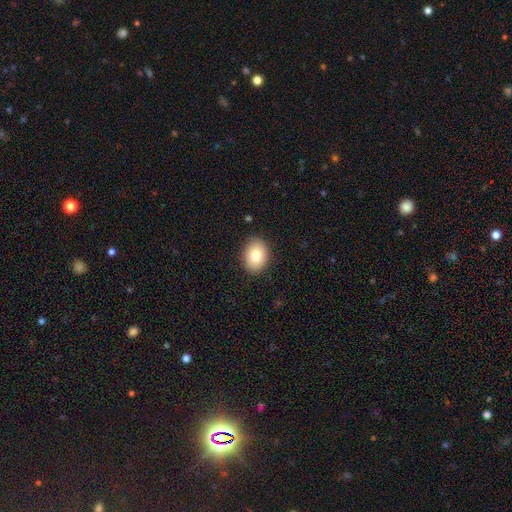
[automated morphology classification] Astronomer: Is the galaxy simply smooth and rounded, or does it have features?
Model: smooth — 80%.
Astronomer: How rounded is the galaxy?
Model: in between — 63%.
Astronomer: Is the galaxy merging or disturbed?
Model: none — 88%.